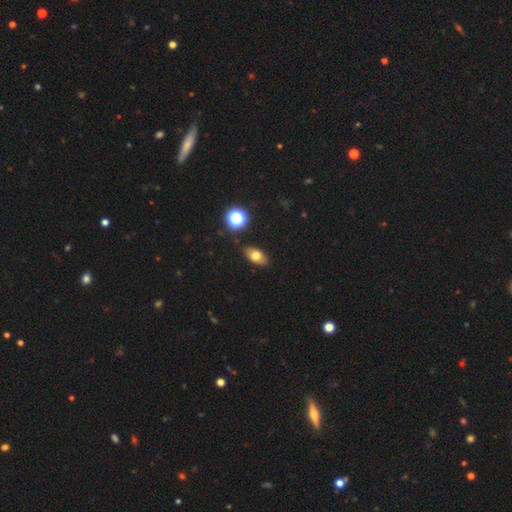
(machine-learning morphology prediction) Smooth or featured? Predicted: smooth (p=0.71). How rounded? Predicted: in between (p=0.85). Merging? Predicted: none (p=0.87).